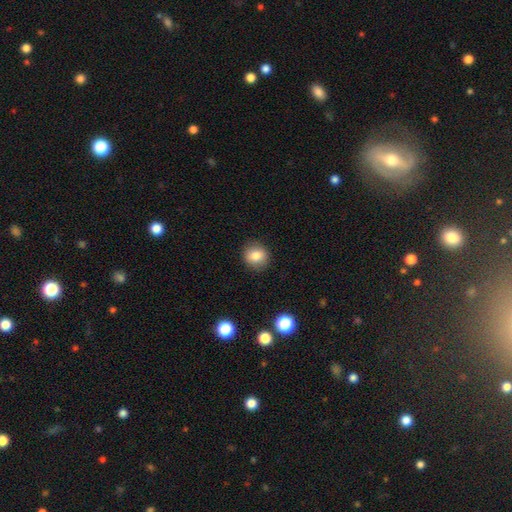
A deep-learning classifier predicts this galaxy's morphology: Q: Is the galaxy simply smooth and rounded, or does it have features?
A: smooth — 82%.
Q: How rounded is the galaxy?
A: round — 79%.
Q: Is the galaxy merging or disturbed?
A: none — 88%.